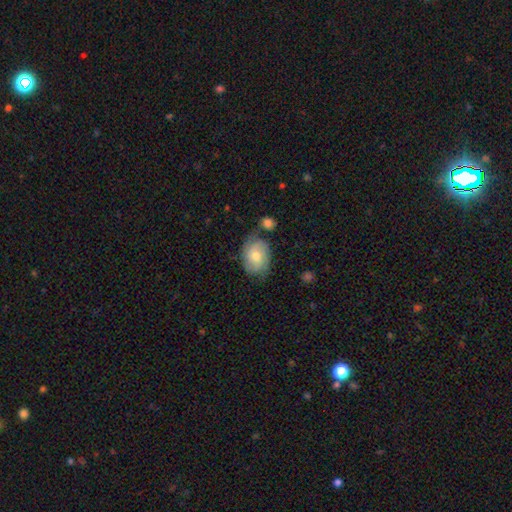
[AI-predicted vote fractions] This is possibly a featured or disk galaxy (51%). It is clearly not viewed edge-on (96%). Merging: likely none (65%).